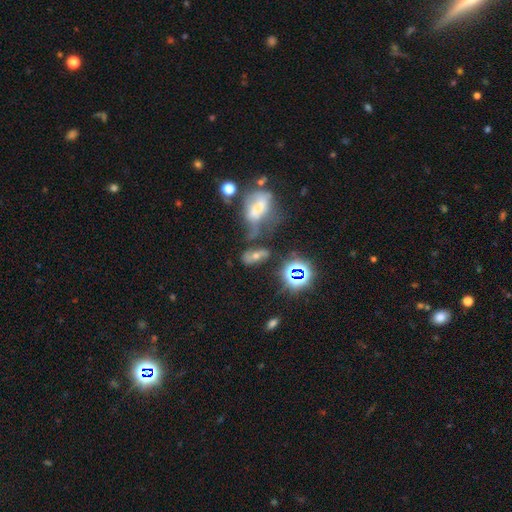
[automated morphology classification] A smooth galaxy with no disk features (38%). Merging: none (38%).